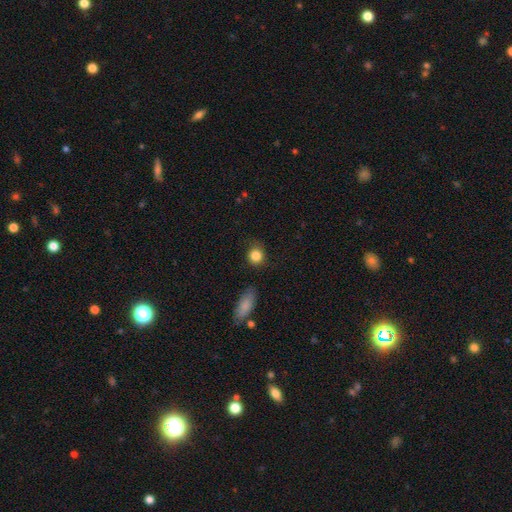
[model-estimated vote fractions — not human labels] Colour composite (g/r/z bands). It shows a smooth galaxy with no disk features (86%) that is round (80%). Merging: none (78%).